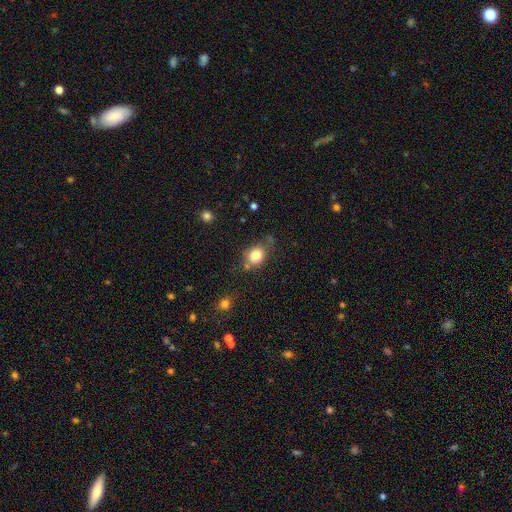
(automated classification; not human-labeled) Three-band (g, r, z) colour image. It shows a smooth galaxy with no disk features (80%) that is round (54%). Merging: none (66%).